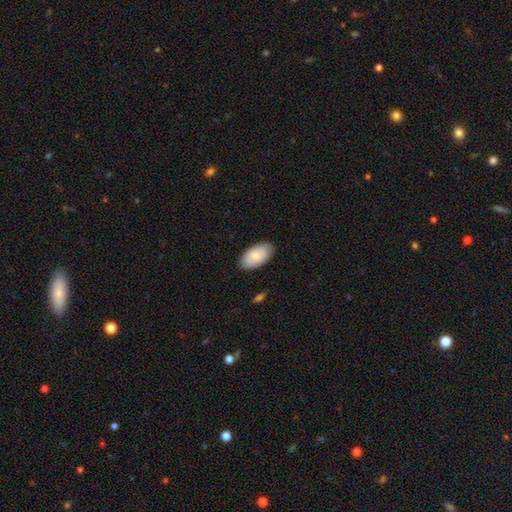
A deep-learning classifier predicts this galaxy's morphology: smooth_or_featured: smooth (p=0.81) [alt: featured or disk p=0.13]
how_rounded: in between (p=0.96) [alt: round p=0.03]
merging: none (p=0.86) [alt: minor disturbance p=0.11]